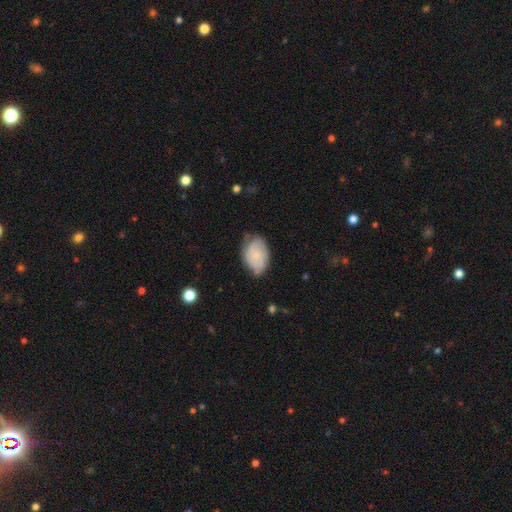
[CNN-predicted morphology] Q: Smooth or featured?
A: smooth (60%); runner-up: featured or disk (32%)
Q: How rounded?
A: in between (87%); runner-up: round (12%)
Q: Merging?
A: none (57%); runner-up: minor disturbance (33%)